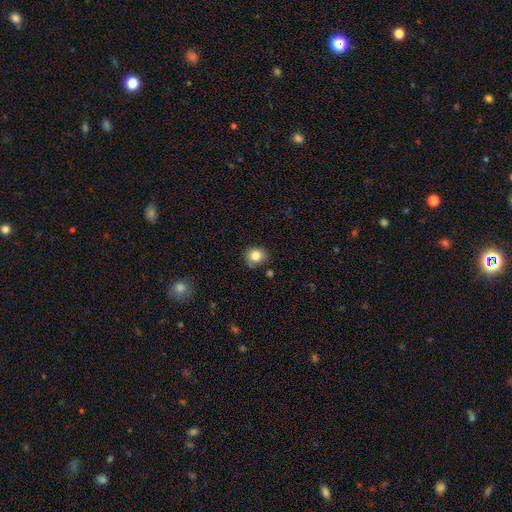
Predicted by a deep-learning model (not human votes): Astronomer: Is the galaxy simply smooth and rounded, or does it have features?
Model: smooth — 83%.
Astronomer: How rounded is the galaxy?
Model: round — 81%.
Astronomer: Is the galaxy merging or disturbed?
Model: none — 81%.